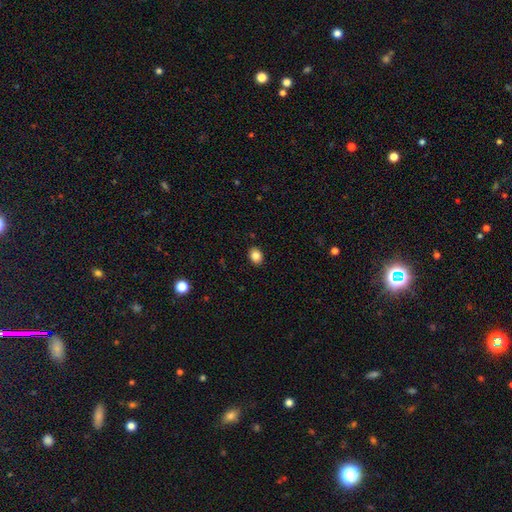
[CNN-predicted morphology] This appears to be a smooth galaxy with no disk features (86%) that is in between round and cigar-shaped (65%). Merging: none (89%).